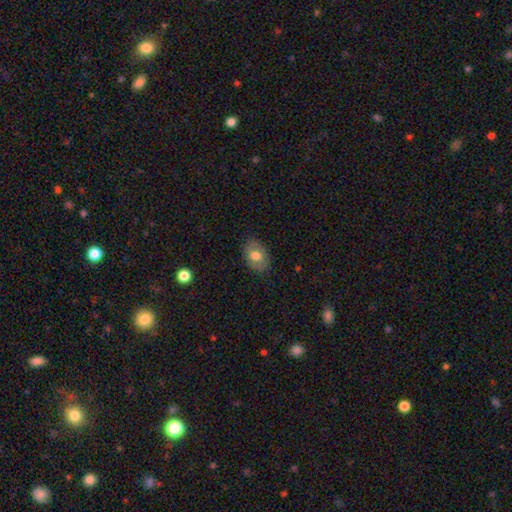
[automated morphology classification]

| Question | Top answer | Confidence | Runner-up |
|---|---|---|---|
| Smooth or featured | smooth | 71% | featured or disk (22%) |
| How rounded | in between | 80% | round (19%) |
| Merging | none | 83% | minor disturbance (13%) |